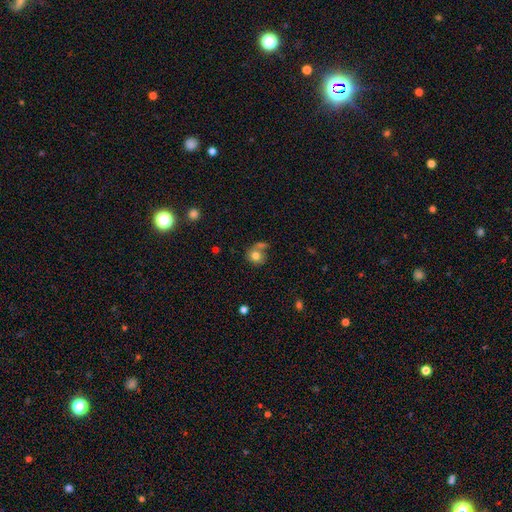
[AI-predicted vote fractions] A smooth galaxy with no disk features (75%) that is round (78%). Merging: none (45%).